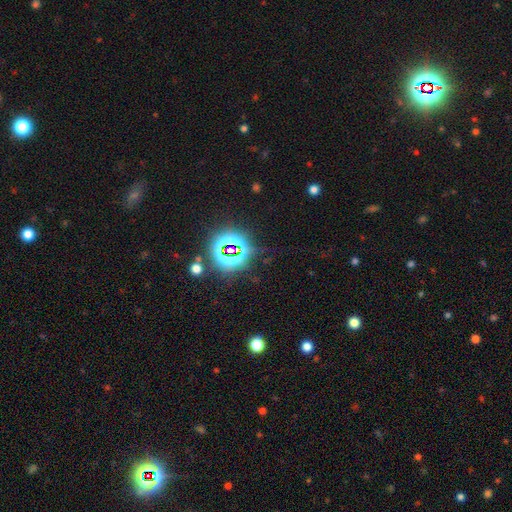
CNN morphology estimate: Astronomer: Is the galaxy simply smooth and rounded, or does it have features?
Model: star or artifact — 83%.